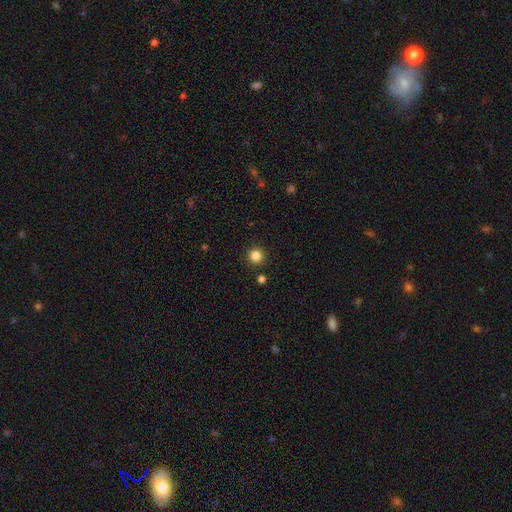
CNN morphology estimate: smooth 84%, star or artifact 12%, featured or disk 4%. Down the decision tree: how rounded — round (95%); merging — none (92%).